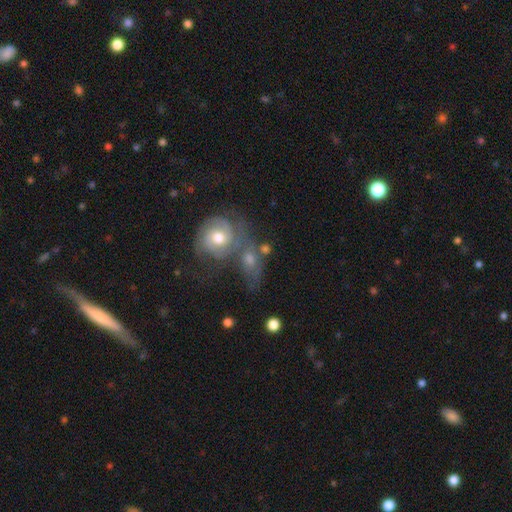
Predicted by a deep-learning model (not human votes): Smooth or featured? Predicted: featured or disk (p=0.60). Edge-on disk? Predicted: no (p=0.93). Bar? Predicted: no (p=0.72). Spiral arms? Predicted: yes (p=0.77). Bulge size? Predicted: moderate (p=0.67). Merging? Predicted: merger (p=0.41).